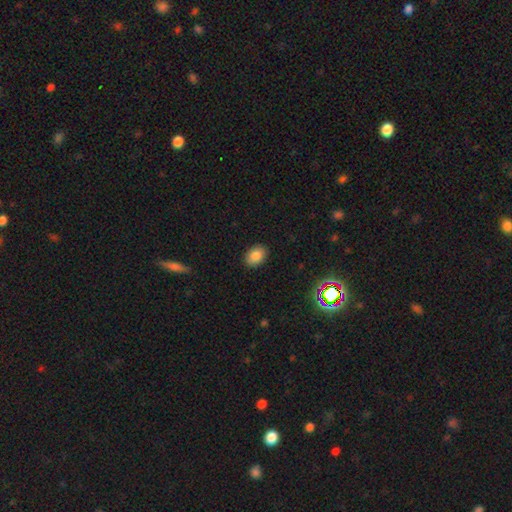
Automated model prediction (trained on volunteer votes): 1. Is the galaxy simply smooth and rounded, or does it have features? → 84% smooth, 8% star or artifact, 7% featured or disk.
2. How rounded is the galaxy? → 80% in between, 19% round, 1% cigar-shaped.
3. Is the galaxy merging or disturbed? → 89% none, 8% minor disturbance, 2% major disturbance, 1% merger.